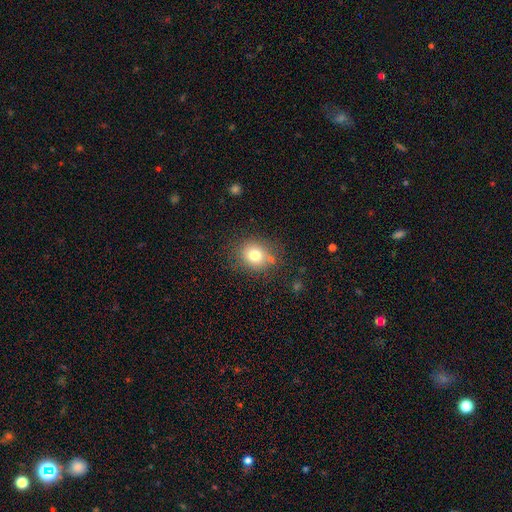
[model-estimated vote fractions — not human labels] Q: Smooth or featured?
A: smooth (75%); runner-up: star or artifact (15%)
Q: How rounded?
A: round (77%); runner-up: in between (22%)
Q: Merging?
A: none (79%); runner-up: minor disturbance (12%)